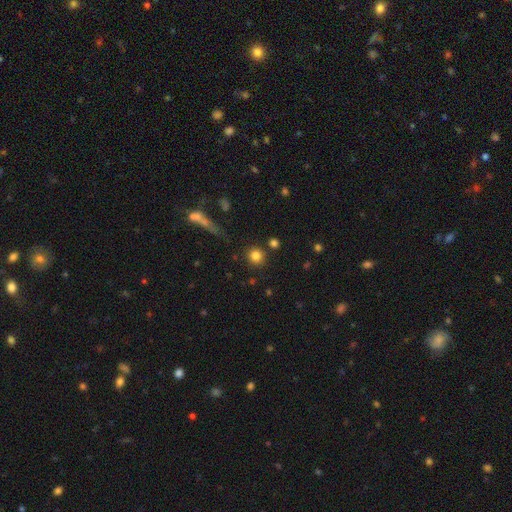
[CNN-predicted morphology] The model was most divided on "smooth or featured": smooth: 82%, star or artifact: 12%, featured or disk: 6%. More confident: how rounded — round (93%); merging — none (85%).